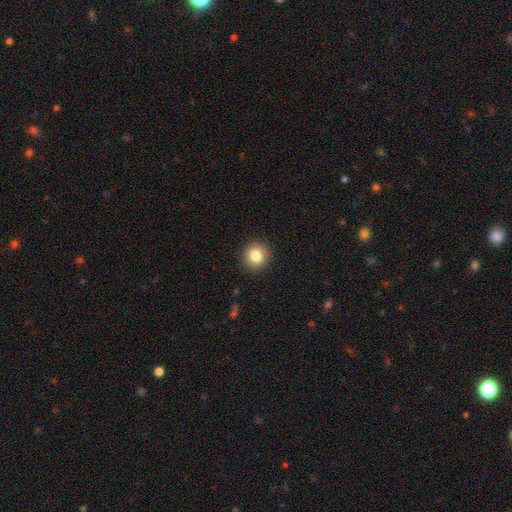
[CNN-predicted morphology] Smooth or featured?
  - smooth: 82% *
  - star or artifact: 10%
  - featured or disk: 8%
How rounded?
  - round: 90% *
  - in between: 10%
  - cigar-shaped: 1%
Merging?
  - none: 90% *
  - minor disturbance: 7%
  - major disturbance: 2%
  - merger: 1%